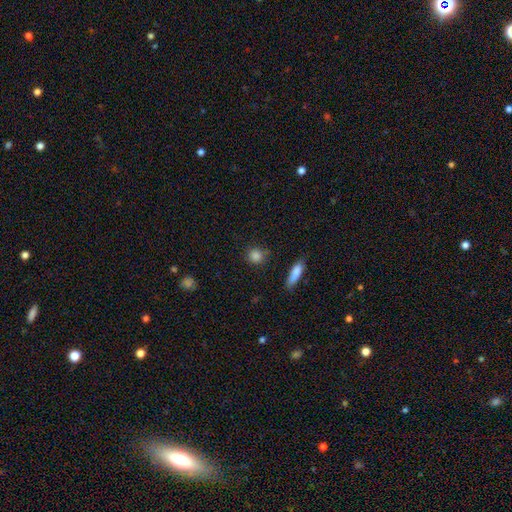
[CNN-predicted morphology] Smooth or featured? smooth (86%)
How rounded? round (83%)
Merging? none (81%)